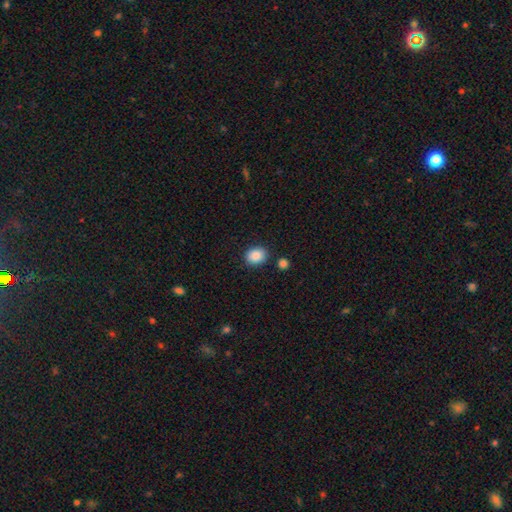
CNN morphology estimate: A smooth galaxy with no disk features (88%) that is round (53%).

Vote fractions:
- Smooth or featured? smooth: 88% / star or artifact: 8% / featured or disk: 4%
- How rounded? round: 53% / in between: 46% / cigar-shaped: 1%
- Merging? none: 84% / minor disturbance: 9% / merger: 4% / major disturbance: 3%